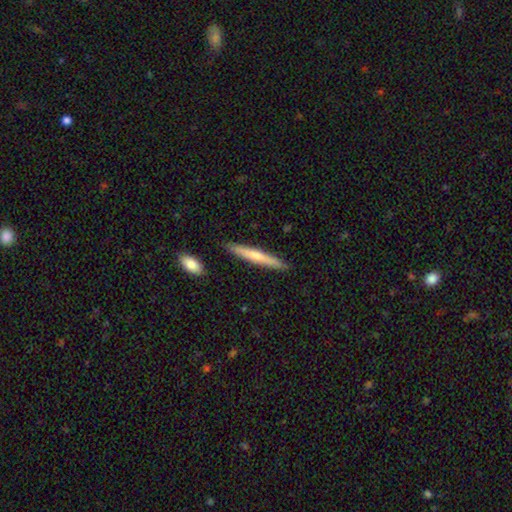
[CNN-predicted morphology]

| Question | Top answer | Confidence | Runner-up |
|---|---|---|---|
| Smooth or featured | smooth | 57% | featured or disk (38%) |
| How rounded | cigar-shaped | 96% | in between (3%) |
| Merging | none | 89% | minor disturbance (8%) |